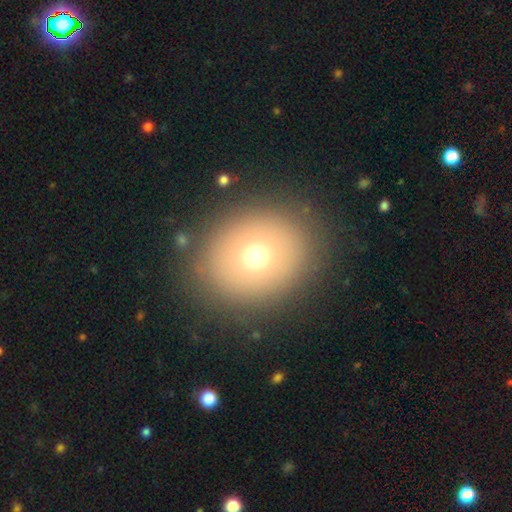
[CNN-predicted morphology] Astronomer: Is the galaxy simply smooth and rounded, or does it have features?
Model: smooth — 69%.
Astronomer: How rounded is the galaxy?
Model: round — 70%.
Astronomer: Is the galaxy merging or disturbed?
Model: none — 85%.